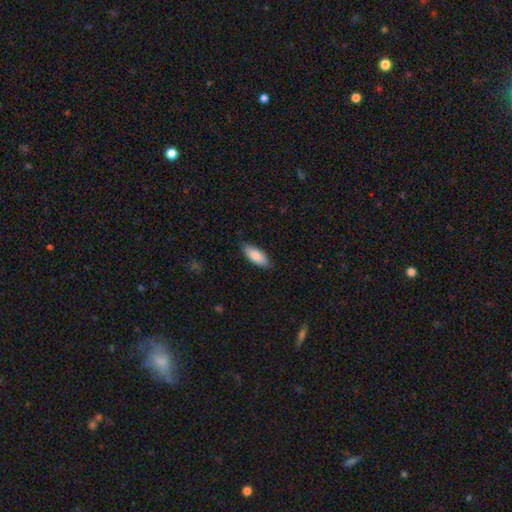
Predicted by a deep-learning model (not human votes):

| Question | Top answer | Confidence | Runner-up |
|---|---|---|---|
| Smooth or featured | smooth | 87% | featured or disk (7%) |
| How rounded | in between | 78% | cigar-shaped (21%) |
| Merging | none | 85% | minor disturbance (12%) |